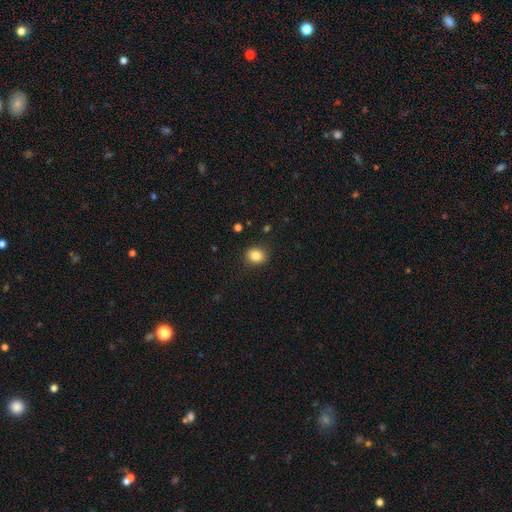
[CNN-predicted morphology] The model was most divided on "how rounded": round: 57%, in between: 43%, cigar-shaped: 1%. More confident: merging — none (89%); smooth or featured — smooth (85%).